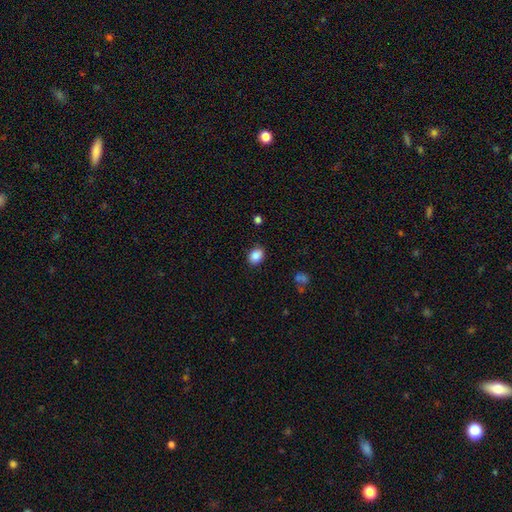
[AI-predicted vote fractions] smooth-or-featured: smooth: 87% | star or artifact: 9% | featured or disk: 4%
  how-rounded: in between: 66% | round: 33% | cigar-shaped: 1%
  merging: none: 83% | minor disturbance: 12% | major disturbance: 3% | merger: 1%